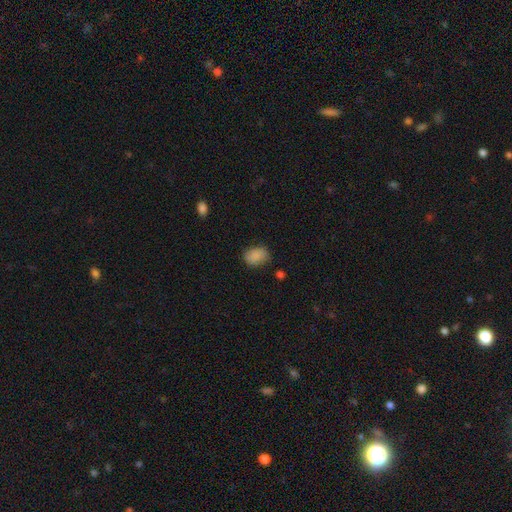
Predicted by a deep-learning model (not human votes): A smooth galaxy with no disk features (86%) that is in between round and cigar-shaped (71%). Merging: none (74%).